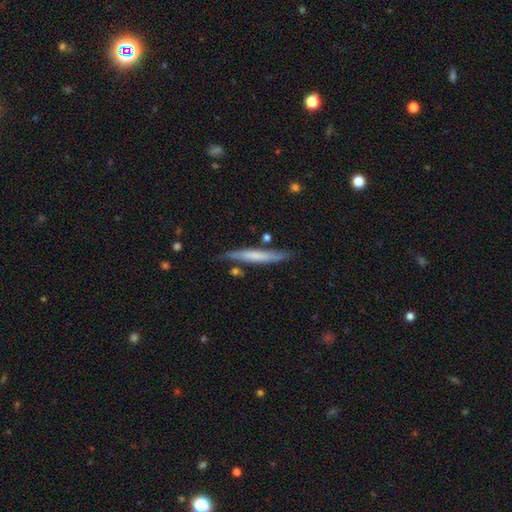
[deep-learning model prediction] smooth_or_featured: smooth (p=0.56) [alt: featured or disk p=0.39]
how_rounded: cigar-shaped (p=0.94) [alt: in between p=0.04]
merging: none (p=0.75) [alt: minor disturbance p=0.17]